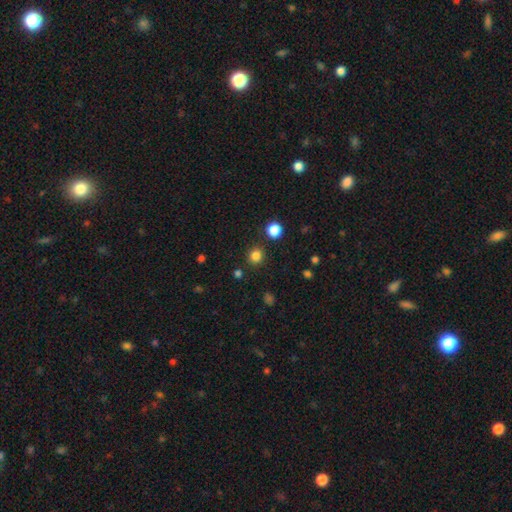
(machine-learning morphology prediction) Smooth or featured? Predicted: smooth (p=0.82). How rounded? Predicted: round (p=0.91). Merging? Predicted: none (p=0.88).